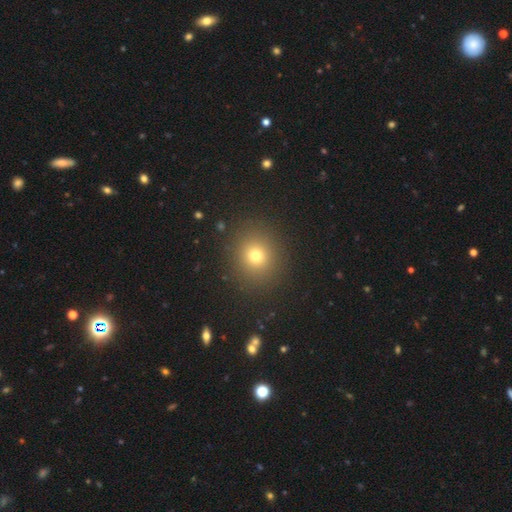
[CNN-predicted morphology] This is likely a smooth galaxy (74%). How rounded: clearly round (85%). Merging: clearly none (90%).